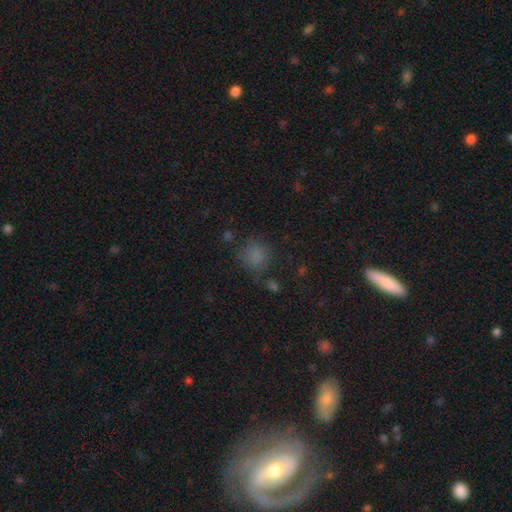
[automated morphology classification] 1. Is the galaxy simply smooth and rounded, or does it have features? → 77% smooth, 16% star or artifact, 6% featured or disk.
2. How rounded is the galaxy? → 81% round, 18% in between, 1% cigar-shaped.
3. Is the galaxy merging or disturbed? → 67% none, 19% minor disturbance, 9% major disturbance, 5% merger.